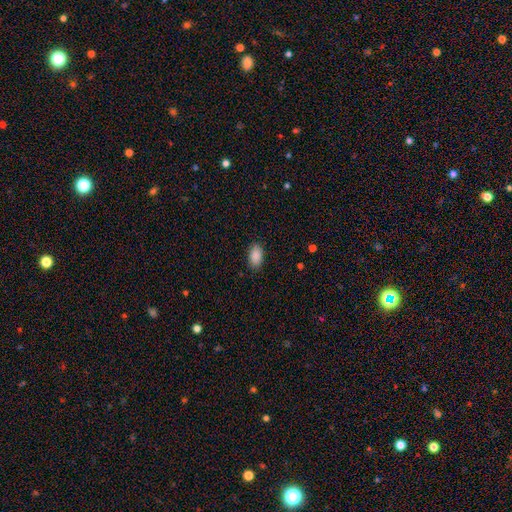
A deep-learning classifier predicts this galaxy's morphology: smooth 90%, star or artifact 7%, featured or disk 3%. Down the decision tree: how rounded — in between (93%); merging — none (87%).